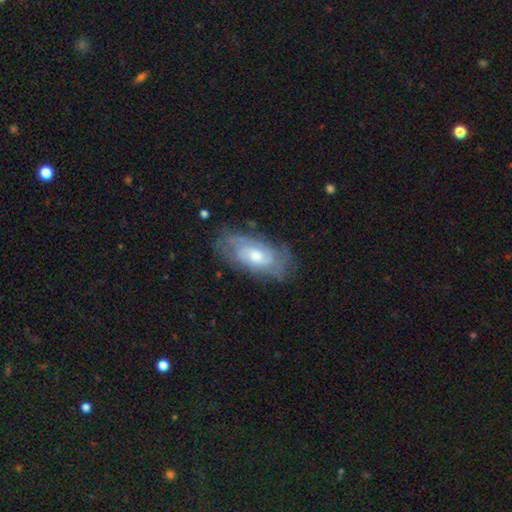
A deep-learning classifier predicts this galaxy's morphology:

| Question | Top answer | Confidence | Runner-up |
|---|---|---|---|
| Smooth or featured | featured or disk | 73% | smooth (21%) |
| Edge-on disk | no | 92% | yes (8%) |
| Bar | no | 66% | weak (29%) |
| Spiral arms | yes | 86% | no (14%) |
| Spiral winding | tight | 54% | medium (35%) |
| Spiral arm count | can't tell | 45% | 2 (34%) |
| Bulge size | moderate | 61% | small (29%) |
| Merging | none | 71% | minor disturbance (20%) |